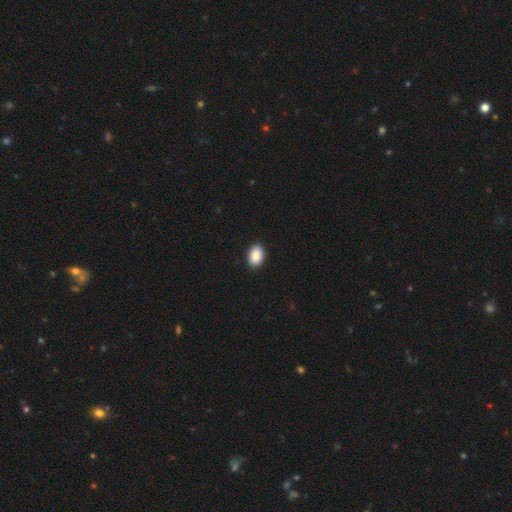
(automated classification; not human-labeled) The model was most divided on "how rounded": in between: 87%, round: 12%, cigar-shaped: 1%. More confident: merging — none (91%); smooth or featured — smooth (90%).